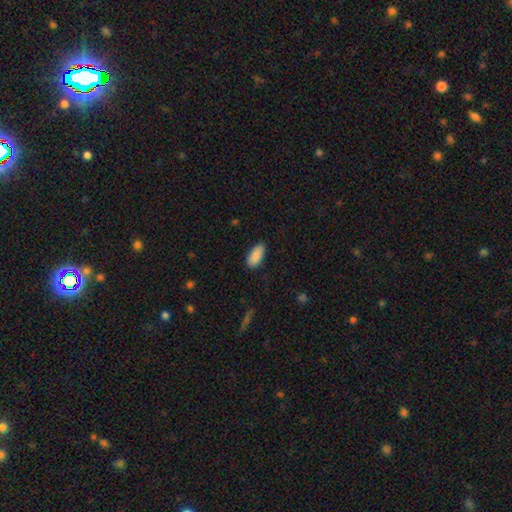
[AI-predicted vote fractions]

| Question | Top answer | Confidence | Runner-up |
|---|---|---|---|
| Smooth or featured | smooth | 90% | star or artifact (7%) |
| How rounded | in between | 89% | cigar-shaped (9%) |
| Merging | none | 86% | minor disturbance (11%) |